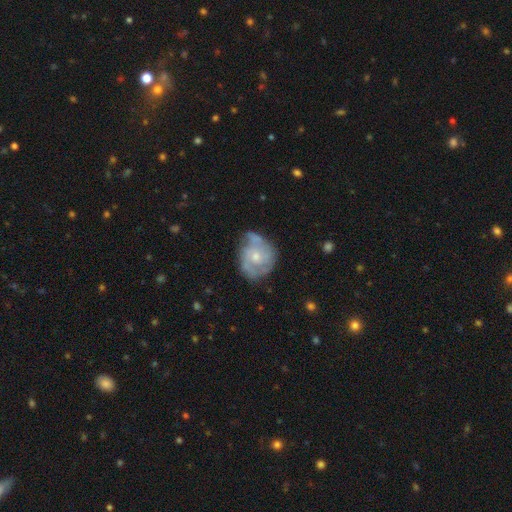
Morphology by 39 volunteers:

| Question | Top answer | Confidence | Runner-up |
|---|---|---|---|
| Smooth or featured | featured or disk | 72% | smooth (26%) |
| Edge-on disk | no | 96% | yes (4%) |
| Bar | no | 67% | weak (33%) |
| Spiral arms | yes | 81% | no (19%) |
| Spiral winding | tight | 45% | medium (36%) |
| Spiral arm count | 2 | 45% | can't tell (36%) |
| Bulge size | moderate | 56% | small (41%) |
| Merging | none | 53% | minor disturbance (39%) |